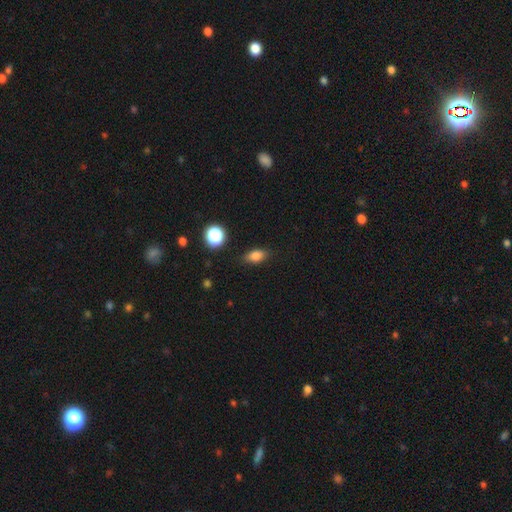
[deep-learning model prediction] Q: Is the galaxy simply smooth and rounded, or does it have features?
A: smooth — 82%.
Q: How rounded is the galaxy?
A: in between — 81%.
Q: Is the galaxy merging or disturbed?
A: none — 83%.